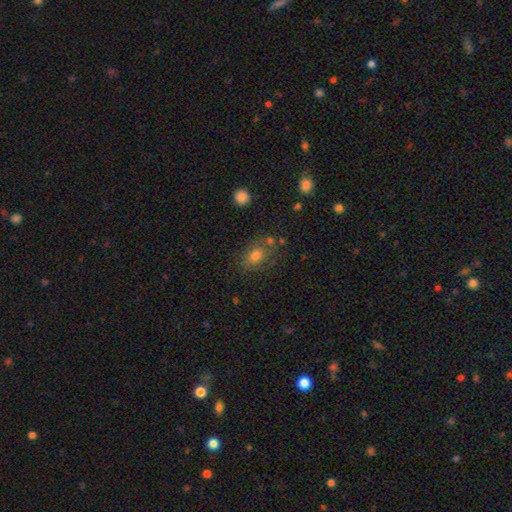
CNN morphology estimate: Smooth or featured?
  - smooth: 71% *
  - featured or disk: 16%
  - star or artifact: 13%
How rounded?
  - in between: 70% *
  - round: 28%
  - cigar-shaped: 2%
Merging?
  - none: 67% *
  - minor disturbance: 18%
  - merger: 8%
  - major disturbance: 7%